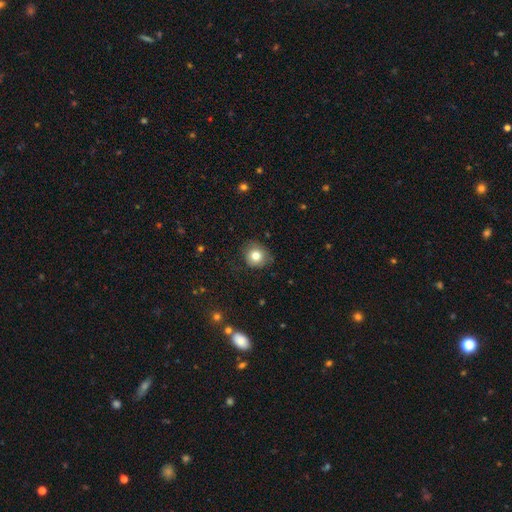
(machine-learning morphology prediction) Q: Smooth or featured?
A: smooth (79%); runner-up: star or artifact (11%)
Q: How rounded?
A: round (84%); runner-up: in between (15%)
Q: Merging?
A: none (76%); runner-up: minor disturbance (18%)